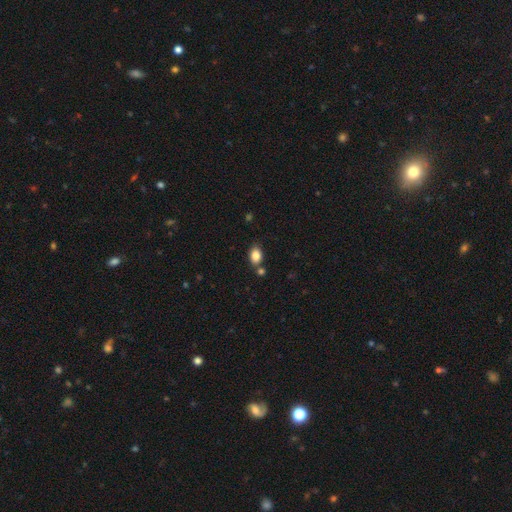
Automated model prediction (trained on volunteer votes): Overall: smooth (85%). How rounded: in between (79%). Merging: none (73%).